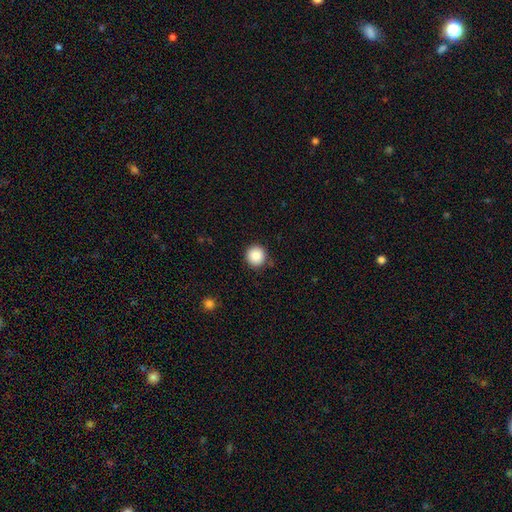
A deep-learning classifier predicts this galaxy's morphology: This appears to be a smooth galaxy with no disk features (88%) that is round (95%). Merging: none (89%).